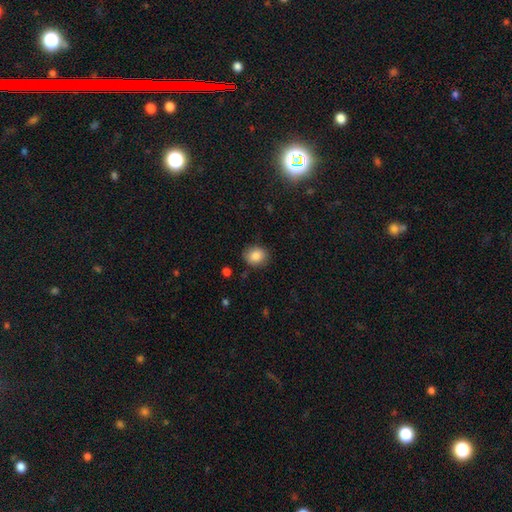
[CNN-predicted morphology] This is clearly a smooth galaxy (85%). How rounded: likely round (66%). Merging: clearly none (85%).